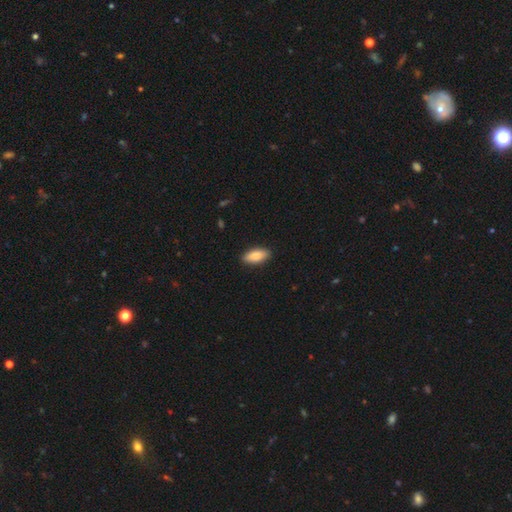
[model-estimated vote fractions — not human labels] smooth-or-featured: smooth: 86% | featured or disk: 8% | star or artifact: 6%
  how-rounded: in between: 87% | cigar-shaped: 11% | round: 2%
  merging: none: 89% | minor disturbance: 8% | major disturbance: 2% | merger: 1%